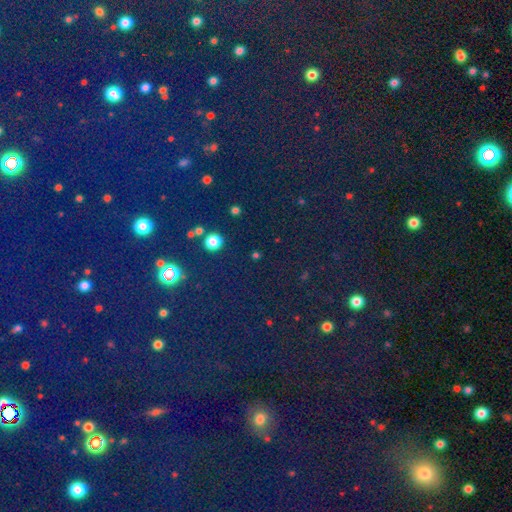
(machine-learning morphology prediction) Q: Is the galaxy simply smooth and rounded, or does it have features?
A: star or artifact — 60%.